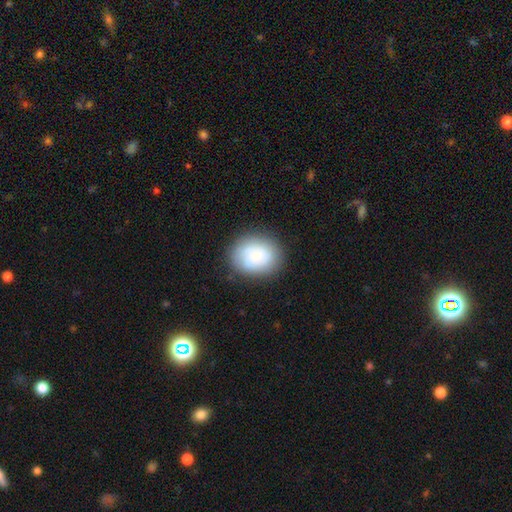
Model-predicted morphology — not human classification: smooth_or_featured: smooth (p=0.74) [alt: featured or disk p=0.18]
how_rounded: round (p=0.58) [alt: in between p=0.41]
merging: none (p=0.76) [alt: minor disturbance p=0.16]